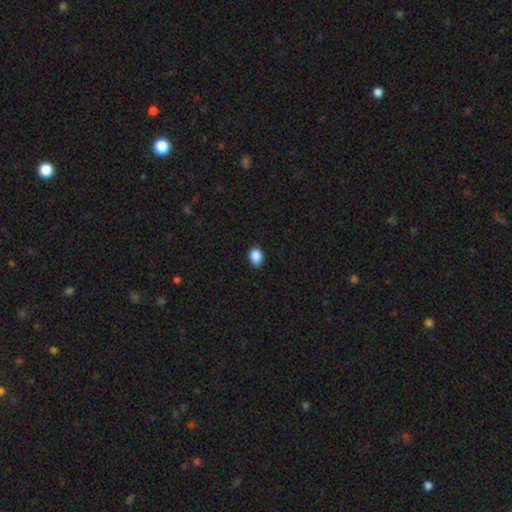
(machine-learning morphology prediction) This appears to be a smooth galaxy with no disk features (89%) that is in between round and cigar-shaped (62%). Merging: none (90%).